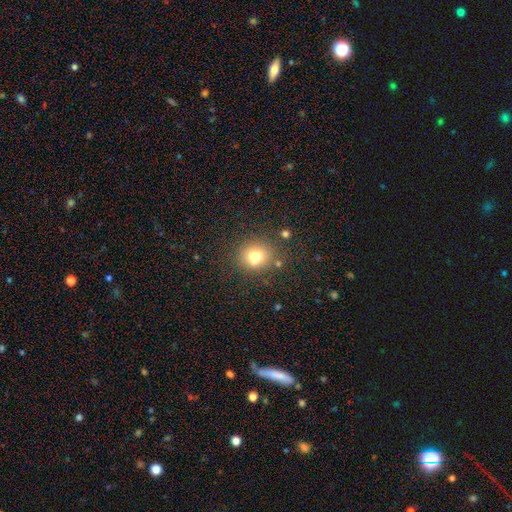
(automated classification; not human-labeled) Morphology: type=smooth (72%); roundness=round (75%); merging=none (68%).